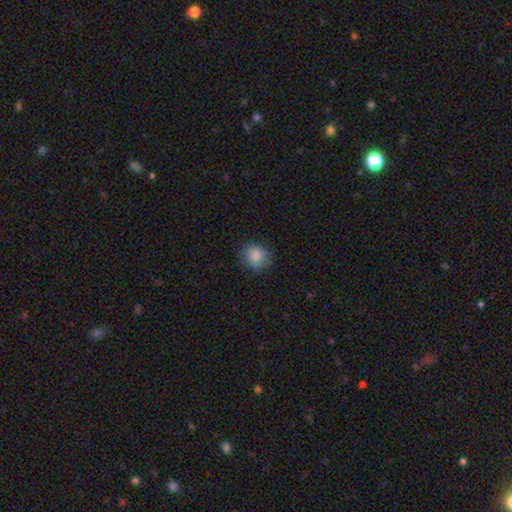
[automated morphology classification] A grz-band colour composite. It shows a smooth galaxy with no disk features (86%) that is round (76%). Merging: none (82%).